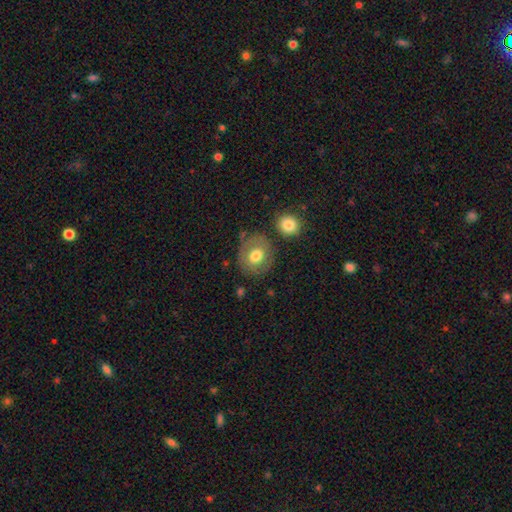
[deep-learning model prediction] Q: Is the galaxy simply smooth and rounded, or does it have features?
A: smooth — 69%.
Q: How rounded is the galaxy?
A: round — 76%.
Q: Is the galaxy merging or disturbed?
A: none — 74%.